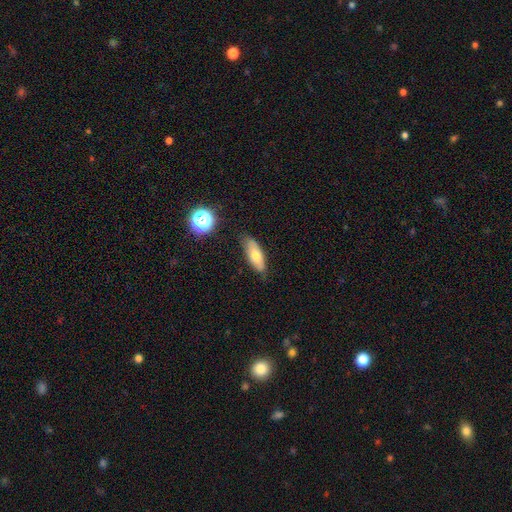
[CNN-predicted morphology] Overall: smooth (68%). How rounded: in between (66%; cigar-shaped 30%). Merging: none (77%).